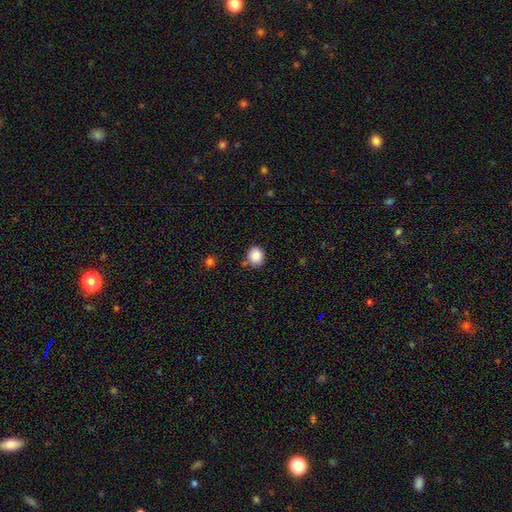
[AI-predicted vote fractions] smooth-or-featured: smooth: 87% | star or artifact: 9% | featured or disk: 4%
  how-rounded: round: 82% | in between: 18% | cigar-shaped: 1%
  merging: none: 82% | minor disturbance: 11% | merger: 5% | major disturbance: 3%